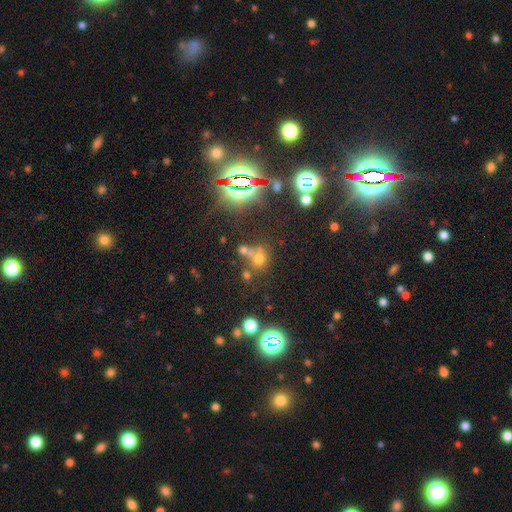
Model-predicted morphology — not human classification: Overall: star or artifact (63%; smooth 27%).